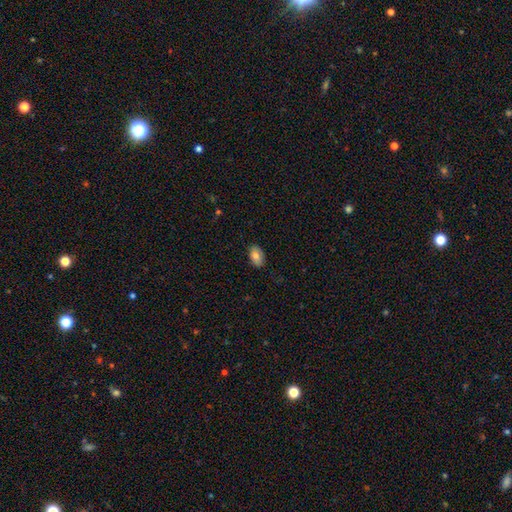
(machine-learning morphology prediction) Smooth or featured: smooth — 81% (featured or disk — 12%)
How rounded: in between — 91% (round — 8%)
Merging: none — 86% (minor disturbance — 11%)